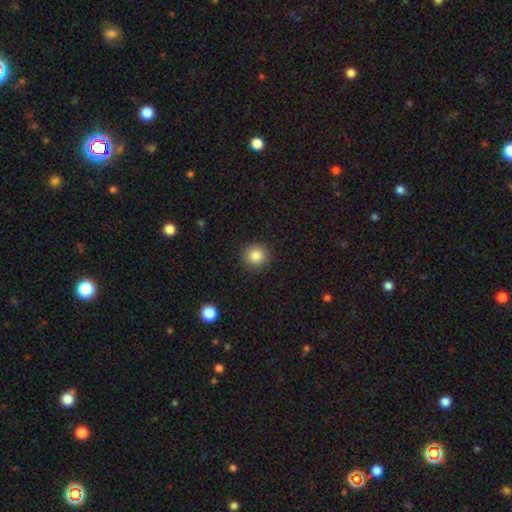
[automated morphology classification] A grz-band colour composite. It shows a smooth galaxy with no disk features (85%) that is round (93%). Merging: none (91%).